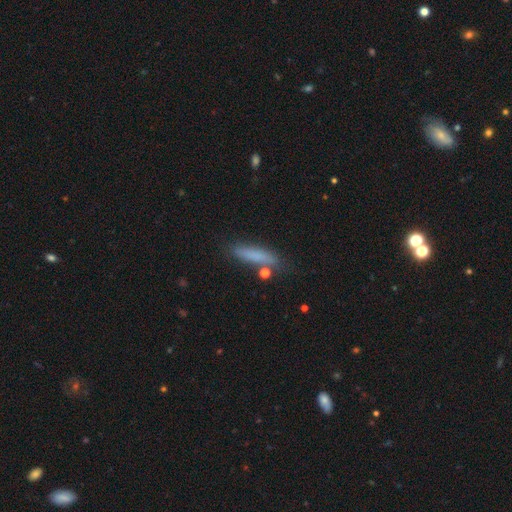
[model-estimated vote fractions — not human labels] The model was most divided on "smooth or featured": smooth: 77%, featured or disk: 14%, star or artifact: 9%. More confident: how rounded — cigar-shaped (83%); merging — none (79%).